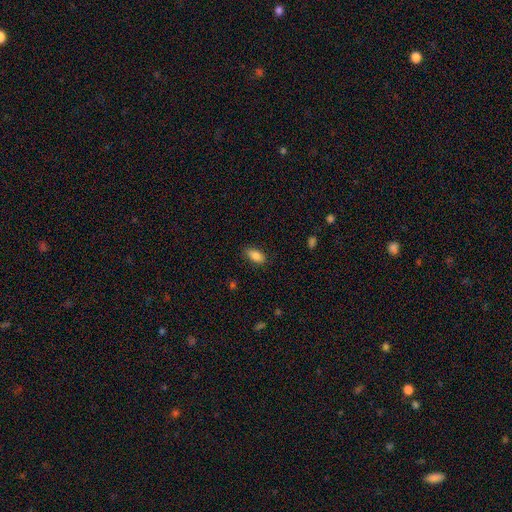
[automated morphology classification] A smooth galaxy with no disk features (86%) that is in between round and cigar-shaped (90%).

Vote fractions:
- Smooth or featured? smooth: 86% / star or artifact: 8% / featured or disk: 6%
- How rounded? in between: 90% / cigar-shaped: 6% / round: 4%
- Merging? none: 84% / minor disturbance: 12% / major disturbance: 3% / merger: 1%